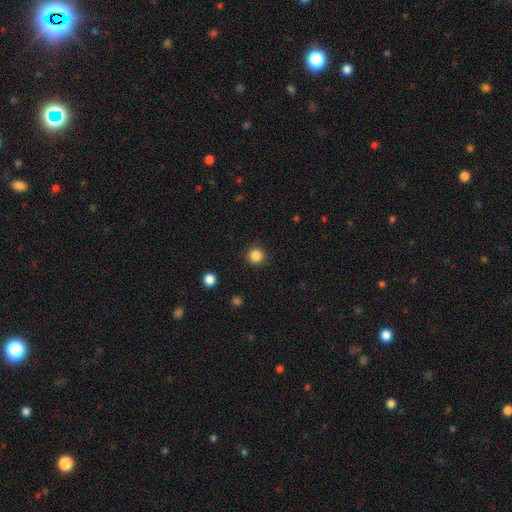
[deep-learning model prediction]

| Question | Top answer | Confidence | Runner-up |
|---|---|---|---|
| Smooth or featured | smooth | 85% | star or artifact (12%) |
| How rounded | round | 95% | in between (4%) |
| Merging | none | 91% | minor disturbance (6%) |